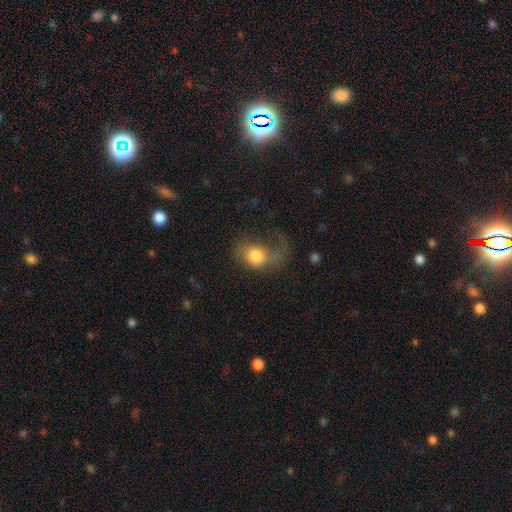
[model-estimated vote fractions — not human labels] A smooth galaxy with no disk features (68%) that is round (50%).

Vote fractions:
- Smooth or featured? smooth: 68% / featured or disk: 24% / star or artifact: 8%
- How rounded? round: 50% / in between: 49% / cigar-shaped: 1%
- Merging? major disturbance: 54% / none: 22% / minor disturbance: 19% / merger: 4%